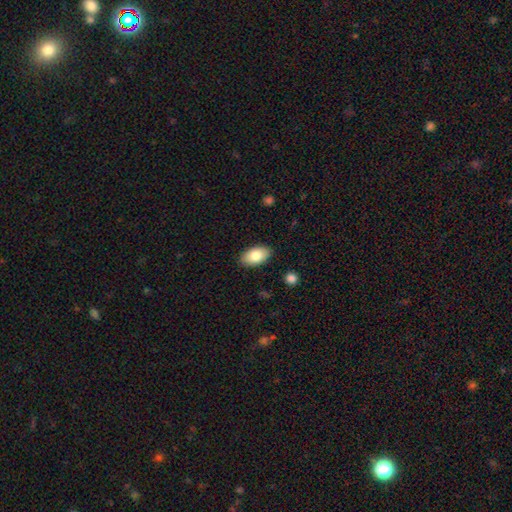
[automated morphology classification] Smooth or featured: smooth — 83% (featured or disk — 10%)
How rounded: in between — 94% (round — 4%)
Merging: none — 88% (minor disturbance — 9%)